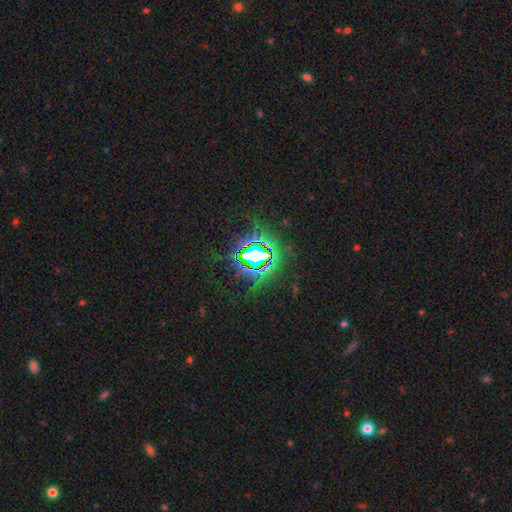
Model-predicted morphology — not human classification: Smooth or featured: star or artifact — 81% (smooth — 10%)